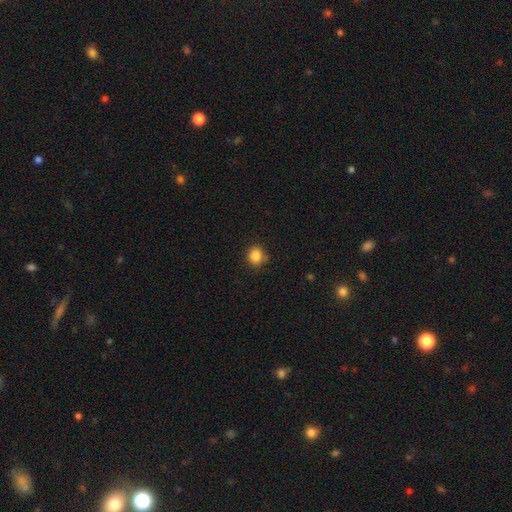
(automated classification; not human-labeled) The model was most divided on "how rounded": round: 70%, in between: 29%, cigar-shaped: 1%. More confident: smooth or featured — smooth (85%); merging — none (78%).